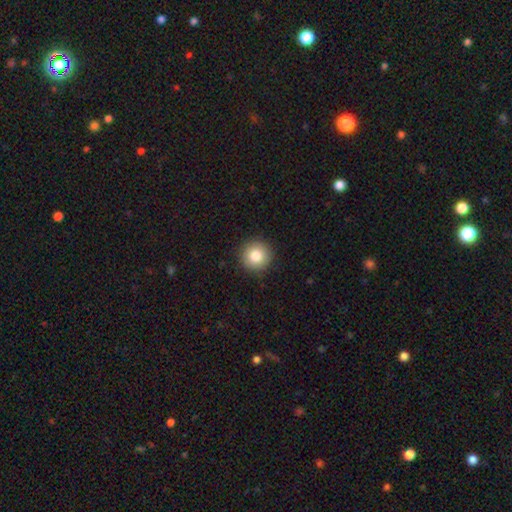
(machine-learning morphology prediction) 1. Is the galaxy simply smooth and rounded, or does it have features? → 83% smooth, 10% star or artifact, 8% featured or disk.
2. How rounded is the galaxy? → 95% round, 5% in between, 1% cigar-shaped.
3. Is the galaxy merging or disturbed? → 91% none, 6% minor disturbance, 2% major disturbance, 1% merger.